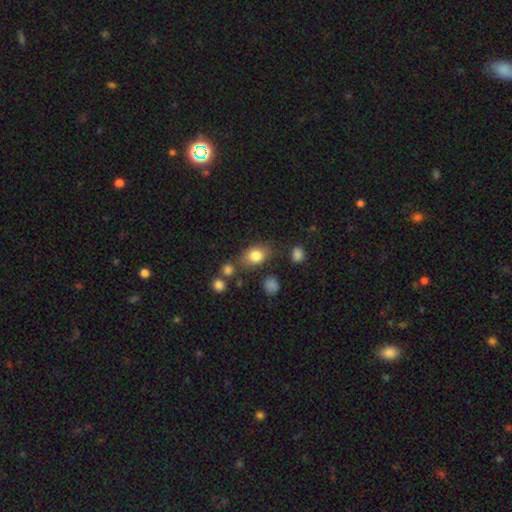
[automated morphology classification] Smooth or featured: smooth — 80% (star or artifact — 10%)
How rounded: in between — 64% (round — 34%)
Merging: none — 70% (minor disturbance — 17%)